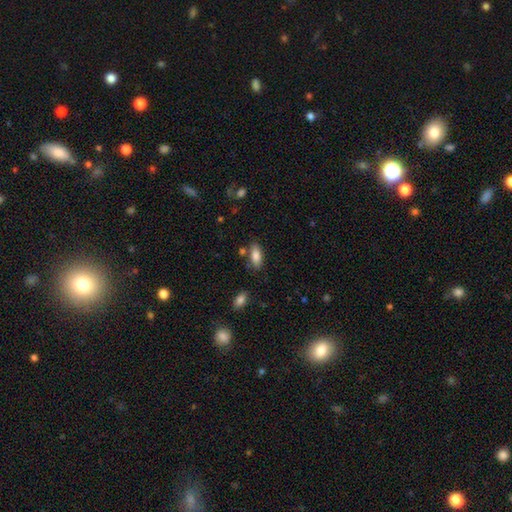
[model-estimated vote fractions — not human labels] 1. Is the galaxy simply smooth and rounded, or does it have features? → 84% smooth, 9% featured or disk, 7% star or artifact.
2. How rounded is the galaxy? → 82% in between, 15% cigar-shaped, 2% round.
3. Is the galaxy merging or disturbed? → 76% none, 14% minor disturbance, 6% merger, 3% major disturbance.